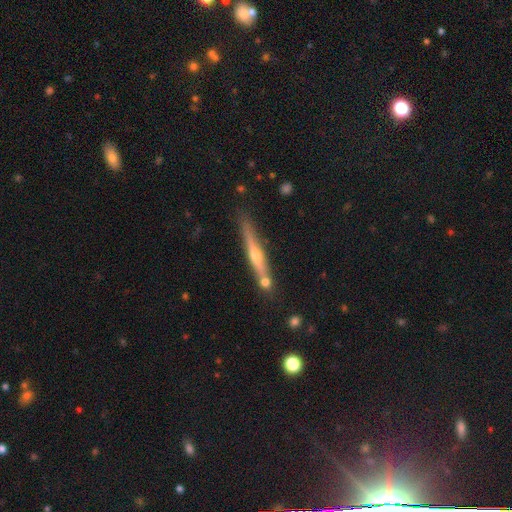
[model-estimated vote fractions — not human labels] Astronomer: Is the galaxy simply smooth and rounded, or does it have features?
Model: featured or disk — 66%.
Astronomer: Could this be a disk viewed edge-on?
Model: yes — 96%.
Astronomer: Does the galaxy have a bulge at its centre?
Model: rounded — 80%.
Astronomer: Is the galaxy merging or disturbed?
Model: none — 76%.